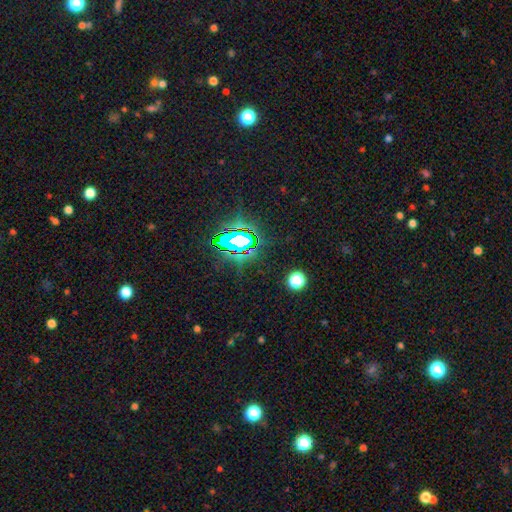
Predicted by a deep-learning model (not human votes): Q: Smooth or featured?
A: star or artifact (80%); runner-up: smooth (13%)